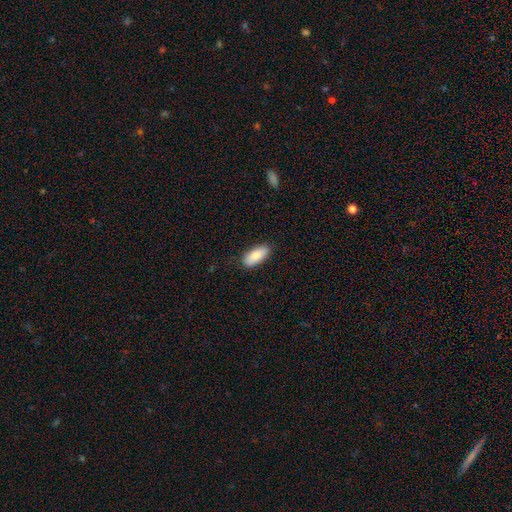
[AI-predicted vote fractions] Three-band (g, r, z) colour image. It shows a smooth galaxy with no disk features (85%) that is in between round and cigar-shaped (86%). Merging: none (84%).